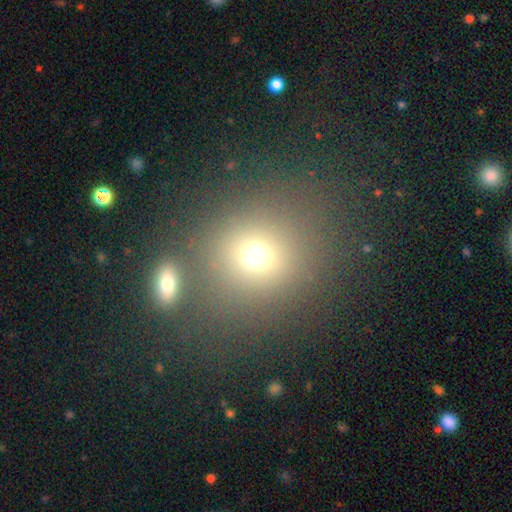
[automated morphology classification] This appears to be a smooth galaxy with no disk features (69%) that is round (85%). Merging: none (71%).